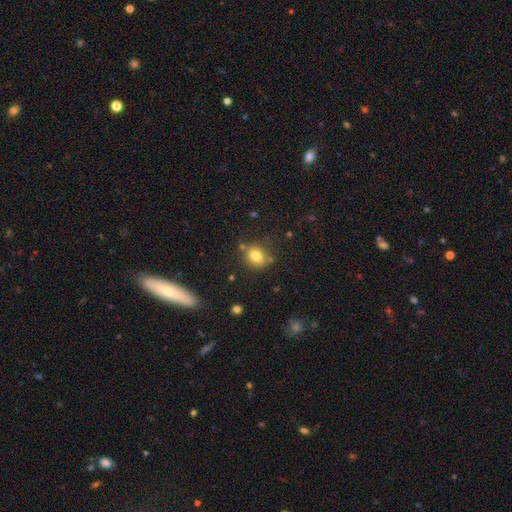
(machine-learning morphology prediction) Q: Smooth or featured?
A: smooth (80%); runner-up: star or artifact (11%)
Q: How rounded?
A: round (51%); runner-up: in between (47%)
Q: Merging?
A: none (73%); runner-up: minor disturbance (15%)